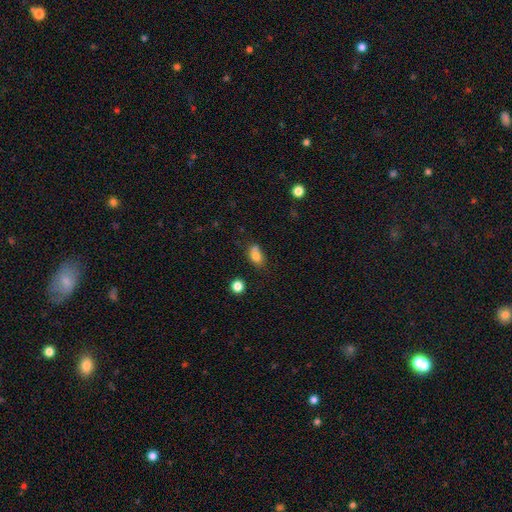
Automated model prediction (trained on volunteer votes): Smooth or featured?
  - smooth: 77% *
  - featured or disk: 12%
  - star or artifact: 11%
How rounded?
  - in between: 67% *
  - round: 31%
  - cigar-shaped: 2%
Merging?
  - none: 46% *
  - merger: 32%
  - minor disturbance: 17%
  - major disturbance: 5%